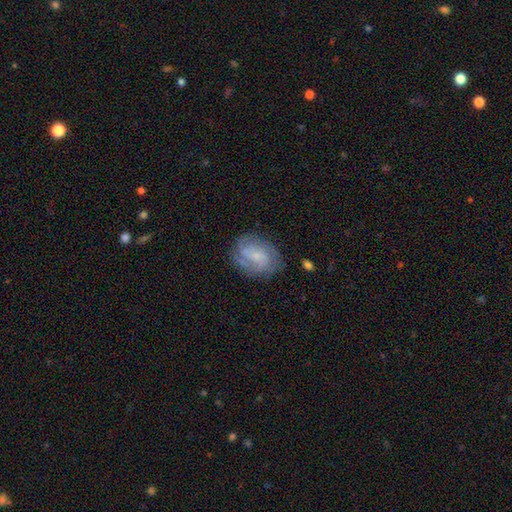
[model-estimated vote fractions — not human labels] smooth-or-featured: featured or disk: 66% | smooth: 26% | star or artifact: 8%
  disk-edge-on: no: 97% | yes: 3%
    bar: no: 57% | weak: 37% | strong: 7%
    has-spiral-arms: yes: 89% | no: 11%
      spiral-winding: tight: 49% | medium: 38% | loose: 13%
      spiral-arm-count: can't tell: 34% | 2: 27% | 3: 22% | 4: 8% | 1: 5% | more than 4: 4%
    bulge-size: small: 55% | none: 22% | moderate: 19% | large: 3% | dominant: 1%
  merging: none: 72% | minor disturbance: 19% | major disturbance: 8% | merger: 2%